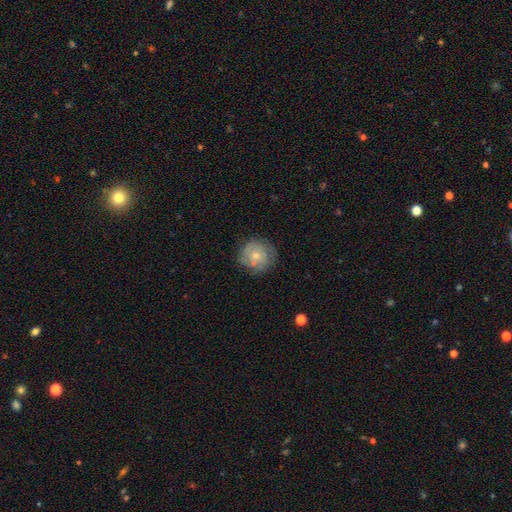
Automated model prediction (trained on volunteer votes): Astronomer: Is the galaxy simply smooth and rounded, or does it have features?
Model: smooth — 54% (runner-up: featured or disk, 38%).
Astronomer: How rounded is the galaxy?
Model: round — 89%.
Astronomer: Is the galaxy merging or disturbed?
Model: none — 68%.